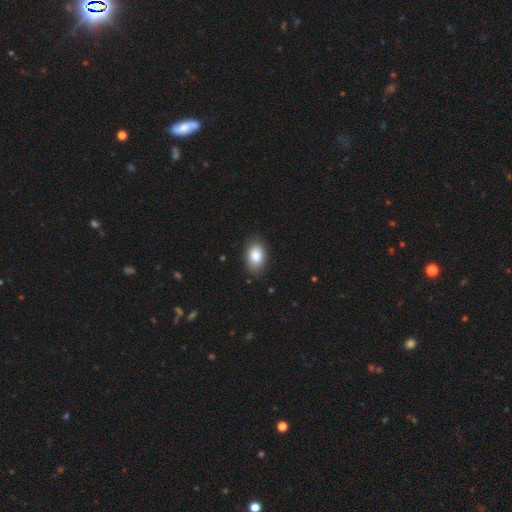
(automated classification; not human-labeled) The model was most divided on "merging": none: 84%, minor disturbance: 12%, major disturbance: 3%, merger: 1%. More confident: how rounded — in between (88%); smooth or featured — smooth (87%).